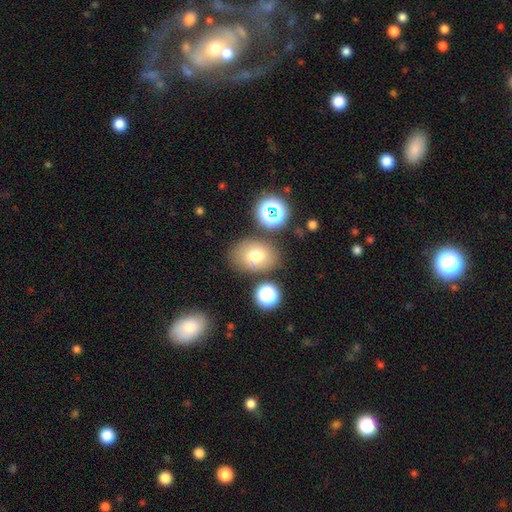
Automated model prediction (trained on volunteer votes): Smooth or featured: smooth — 71% (featured or disk — 16%)
How rounded: in between — 72% (round — 27%)
Merging: none — 74% (minor disturbance — 14%)